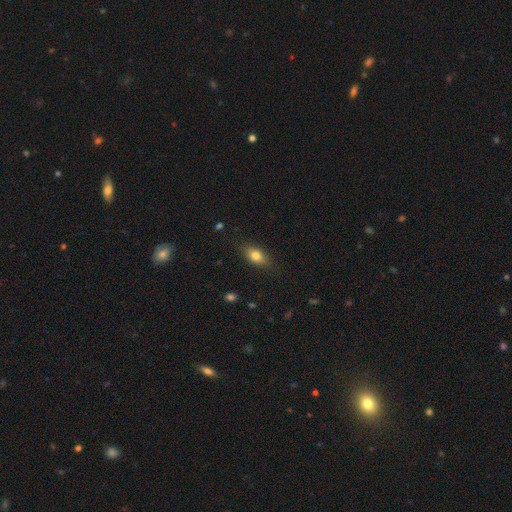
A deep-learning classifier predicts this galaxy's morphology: This appears to be a smooth galaxy with no disk features (80%) that is in between round and cigar-shaped (82%). Merging: none (83%).